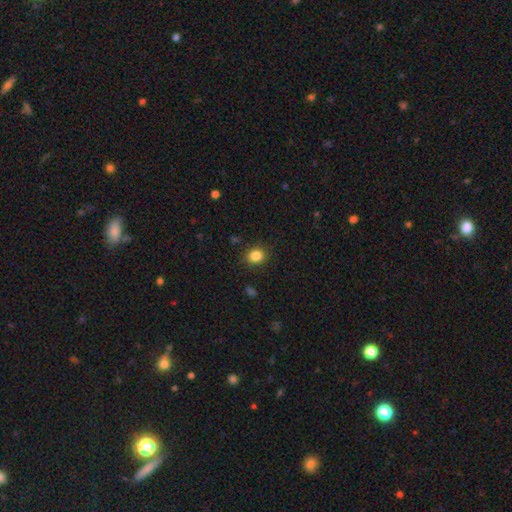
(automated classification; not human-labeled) This is clearly a smooth galaxy (85%). How rounded: likely round (68%). Merging: clearly none (89%).